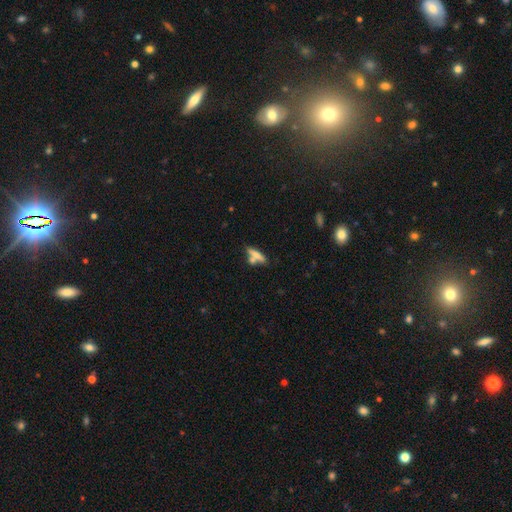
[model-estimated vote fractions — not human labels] smooth-or-featured: smooth: 62% | featured or disk: 29% | star or artifact: 9%
  how-rounded: cigar-shaped: 67% | in between: 29% | round: 4%
  merging: none: 51% | merger: 32% | minor disturbance: 12% | major disturbance: 5%